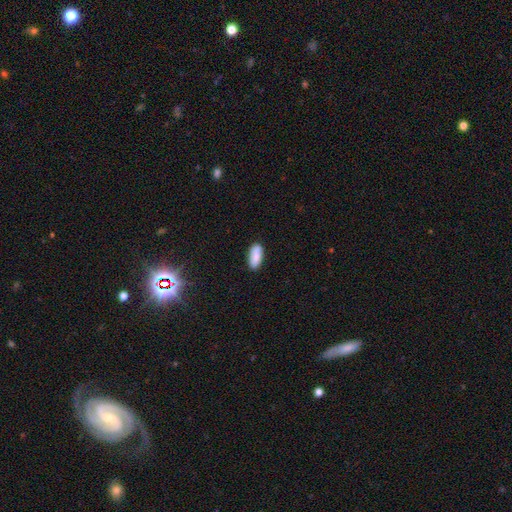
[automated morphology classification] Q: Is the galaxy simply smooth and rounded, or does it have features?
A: smooth — 87%.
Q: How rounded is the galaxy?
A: in between — 80%.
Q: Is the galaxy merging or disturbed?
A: none — 85%.